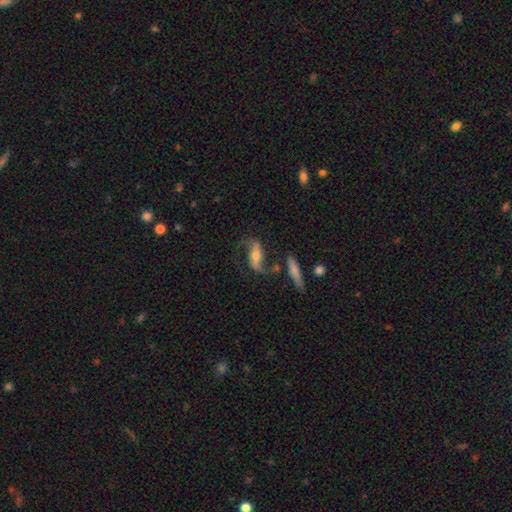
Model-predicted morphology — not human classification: Overall: featured or disk (74%). Edge-on disk: no (83%). Bar: strong (41%; no 30%). Spiral arms: yes (90%). Spiral arm count: 2 (90%). Spiral winding: loose (69%). Bulge size: moderate (57%; small 30%). Merging: none (63%).